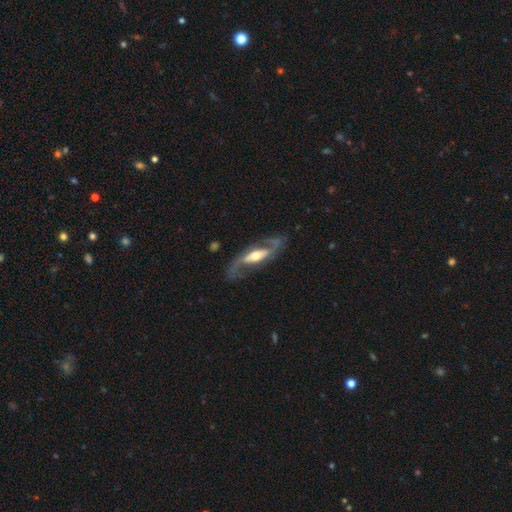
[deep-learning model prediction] Smooth or featured?
  - featured or disk: 86% *
  - smooth: 9%
  - star or artifact: 4%
Edge-on disk?
  - no: 88% *
  - yes: 12%
Bar?
  - strong: 39% *
  - no: 31%
  - weak: 30%
Spiral arms?
  - yes: 94% *
  - no: 6%
Spiral winding?
  - loose: 47% *
  - medium: 41%
  - tight: 12%
Spiral arm count?
  - 2: 91% *
  - can't tell: 3%
  - 1: 3%
  - 3: 1%
  - 4: 1%
  - more than 4: 1%
Bulge size?
  - moderate: 65% *
  - large: 17%
  - small: 15%
  - dominant: 2%
  - none: 1%
Merging?
  - none: 72% *
  - minor disturbance: 15%
  - major disturbance: 11%
  - merger: 2%